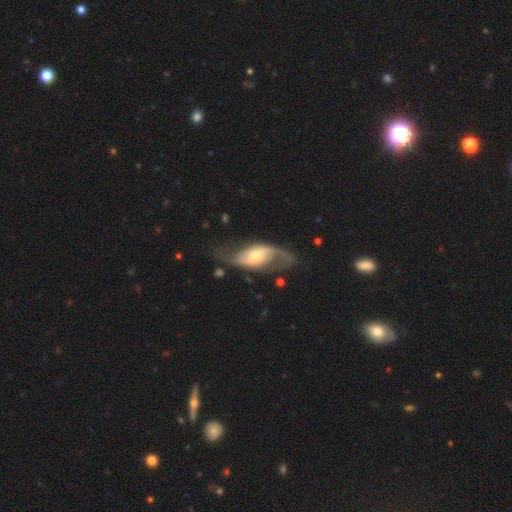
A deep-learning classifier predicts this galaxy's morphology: Q: Smooth or featured?
A: featured or disk (77%); runner-up: smooth (18%)
Q: Edge-on disk?
A: no (93%); runner-up: yes (7%)
Q: Bar?
A: no (53%); runner-up: weak (33%)
Q: Spiral arms?
A: yes (90%); runner-up: no (10%)
Q: Spiral winding?
A: loose (68%); runner-up: medium (24%)
Q: Spiral arm count?
A: 2 (81%); runner-up: 1 (11%)
Q: Bulge size?
A: moderate (51%); runner-up: small (39%)
Q: Merging?
A: none (55%); runner-up: major disturbance (21%)